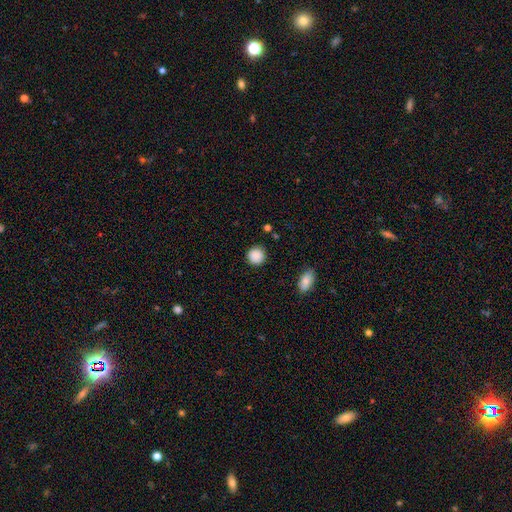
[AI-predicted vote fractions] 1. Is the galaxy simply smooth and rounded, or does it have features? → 89% smooth, 8% star or artifact, 3% featured or disk.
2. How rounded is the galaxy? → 92% round, 7% in between, 1% cigar-shaped.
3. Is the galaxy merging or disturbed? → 89% none, 7% minor disturbance, 2% major disturbance, 1% merger.